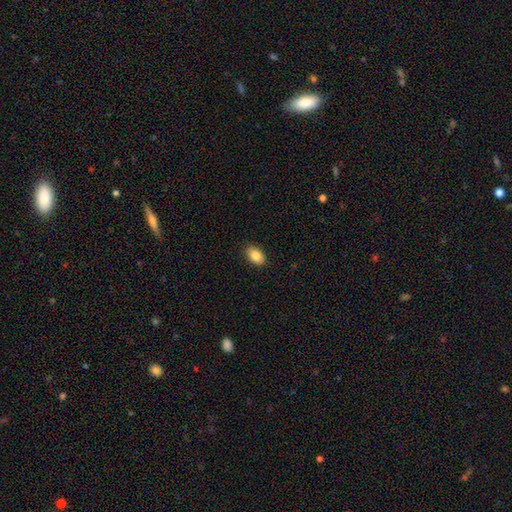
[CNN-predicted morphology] smooth-or-featured: smooth: 86% | star or artifact: 8% | featured or disk: 7%
  how-rounded: in between: 91% | round: 8% | cigar-shaped: 1%
  merging: none: 89% | minor disturbance: 8% | major disturbance: 2% | merger: 1%